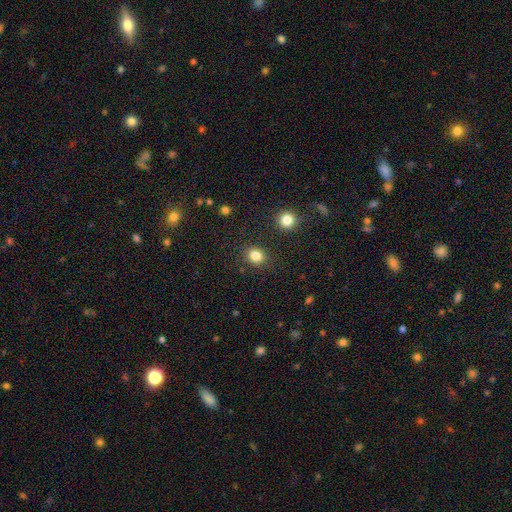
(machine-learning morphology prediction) type=smooth (83%); roundness=round (69%); merging=none (85%).